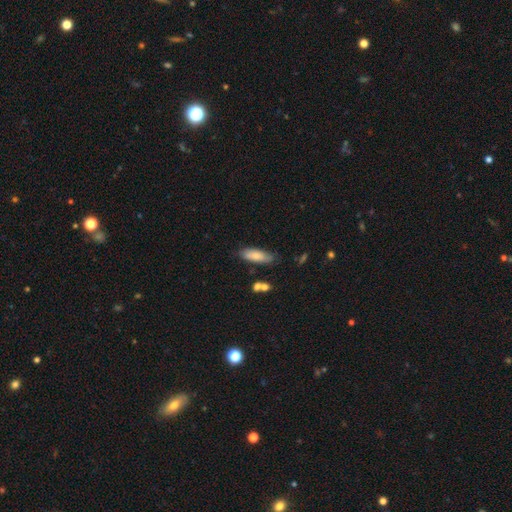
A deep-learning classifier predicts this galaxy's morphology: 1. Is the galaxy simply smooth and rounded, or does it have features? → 78% smooth, 16% featured or disk, 7% star or artifact.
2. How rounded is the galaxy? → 64% in between, 34% cigar-shaped, 2% round.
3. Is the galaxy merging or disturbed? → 75% none, 17% minor disturbance, 4% merger, 3% major disturbance.